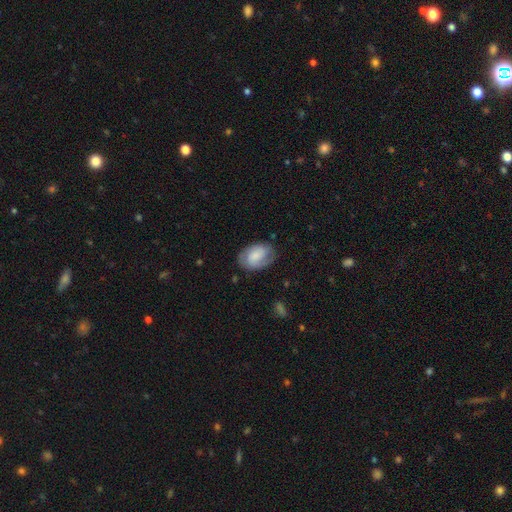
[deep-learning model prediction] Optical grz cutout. It shows a smooth galaxy with no disk features (55%) that is in between round and cigar-shaped (86%). Merging: none (71%).